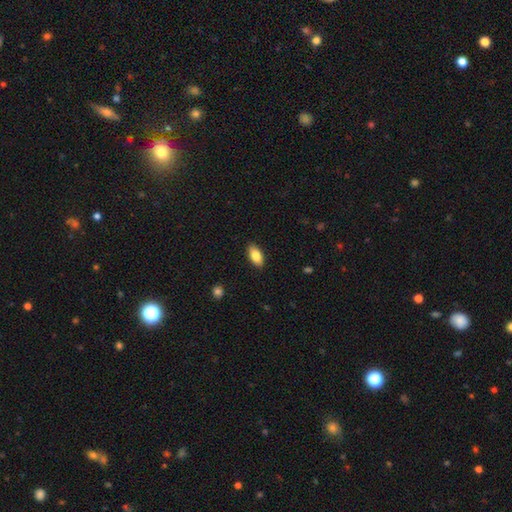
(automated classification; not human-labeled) Overall: smooth (85%). How rounded: in between (90%). Merging: none (88%).